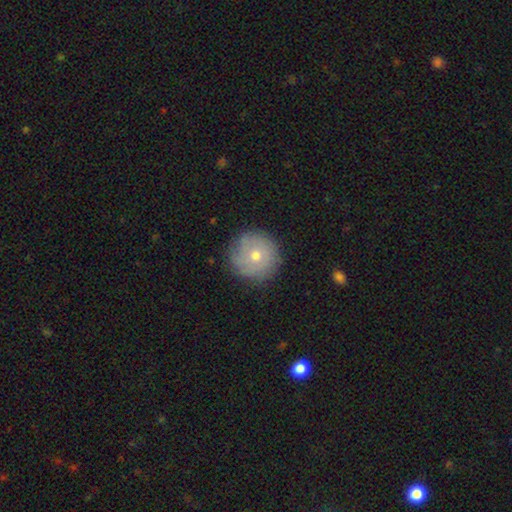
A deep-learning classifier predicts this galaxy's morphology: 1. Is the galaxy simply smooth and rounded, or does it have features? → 55% smooth, 35% featured or disk, 10% star or artifact.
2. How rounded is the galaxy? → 95% round, 4% in between, 1% cigar-shaped.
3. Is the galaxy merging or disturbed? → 84% none, 12% minor disturbance, 3% major disturbance, 1% merger.